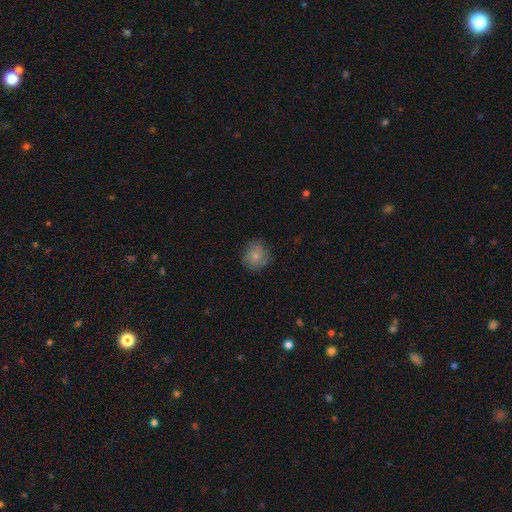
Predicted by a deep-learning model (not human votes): This appears to be a smooth galaxy with no disk features (74%) that is round (84%). Merging: none (75%).